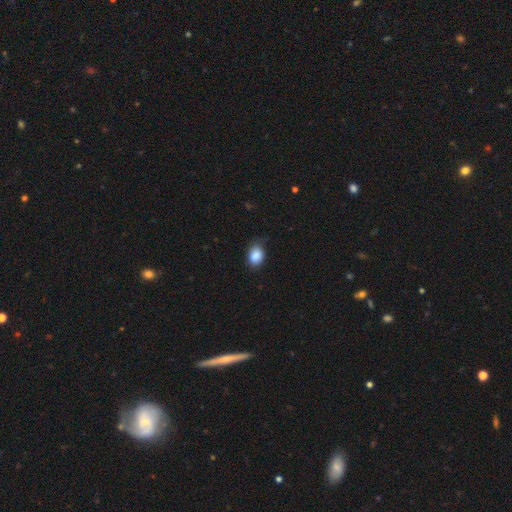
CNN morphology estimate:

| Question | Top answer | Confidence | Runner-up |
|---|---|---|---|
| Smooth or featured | smooth | 87% | star or artifact (8%) |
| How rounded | in between | 68% | round (31%) |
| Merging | none | 68% | minor disturbance (26%) |